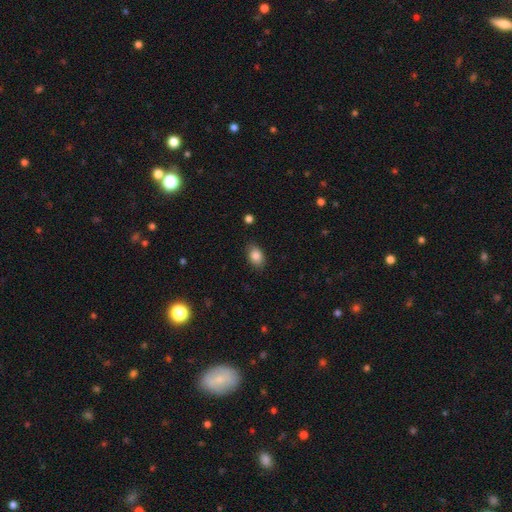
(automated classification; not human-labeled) The model was most divided on "how rounded": in between: 78%, round: 21%, cigar-shaped: 1%. More confident: smooth or featured — smooth (85%); merging — none (82%).